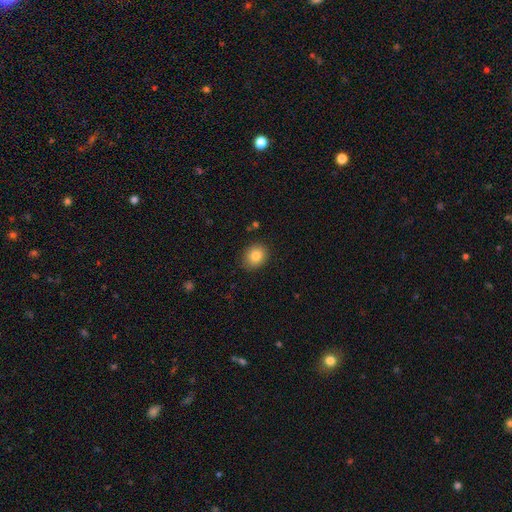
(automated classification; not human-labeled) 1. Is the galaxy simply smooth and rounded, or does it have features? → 83% smooth, 10% star or artifact, 8% featured or disk.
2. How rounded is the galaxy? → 61% round, 38% in between, 1% cigar-shaped.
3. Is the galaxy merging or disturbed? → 87% none, 10% minor disturbance, 2% major disturbance, 1% merger.